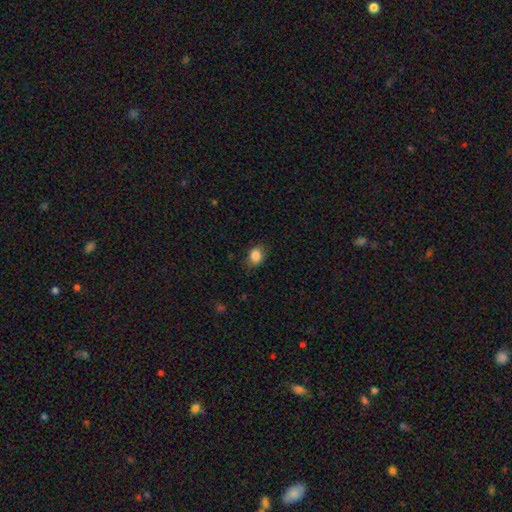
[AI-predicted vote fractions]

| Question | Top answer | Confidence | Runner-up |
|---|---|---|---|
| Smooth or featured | smooth | 85% | star or artifact (9%) |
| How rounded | in between | 52% | round (47%) |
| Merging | none | 80% | minor disturbance (16%) |